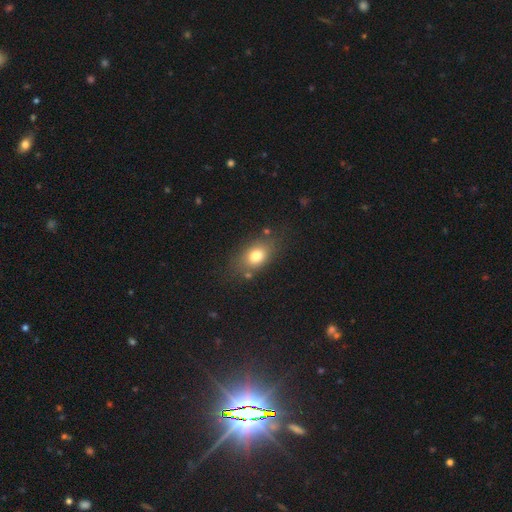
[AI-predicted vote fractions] Q: Smooth or featured?
A: smooth (77%); runner-up: featured or disk (13%)
Q: How rounded?
A: in between (73%); runner-up: round (24%)
Q: Merging?
A: none (73%); runner-up: minor disturbance (16%)